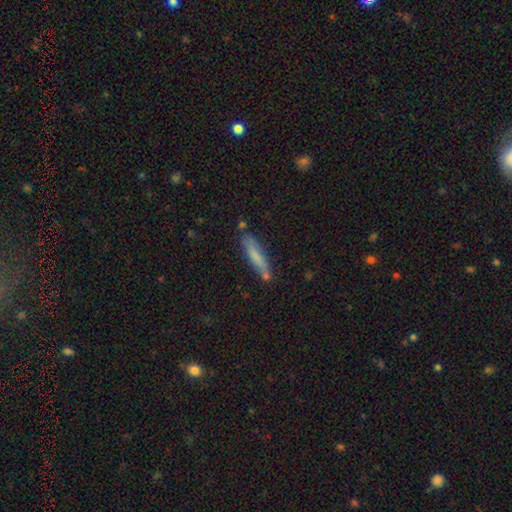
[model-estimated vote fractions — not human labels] smooth_or_featured: smooth (p=0.72) [alt: featured or disk p=0.22]
how_rounded: cigar-shaped (p=0.88) [alt: in between p=0.11]
merging: none (p=0.72) [alt: minor disturbance p=0.17]